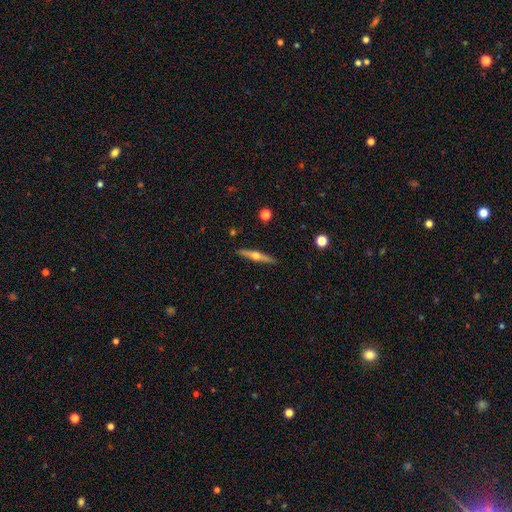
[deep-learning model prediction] A featured or disk galaxy (69%) viewed edge-on (97%) with a rounded central bulge (94%). Merging: none (91%).